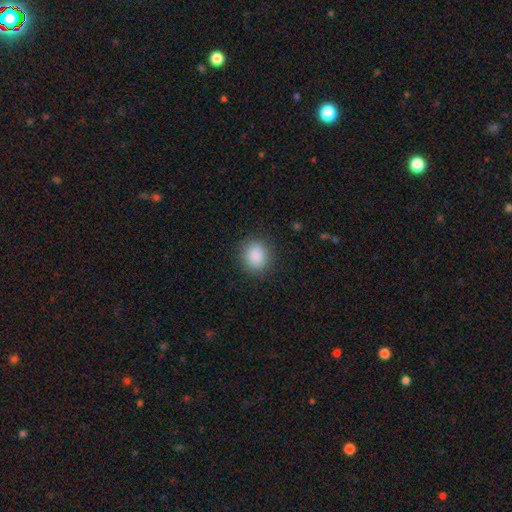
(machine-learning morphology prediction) Smooth or featured?
  - smooth: 88% *
  - star or artifact: 9%
  - featured or disk: 3%
How rounded?
  - round: 79% *
  - in between: 20%
  - cigar-shaped: 1%
Merging?
  - none: 89% *
  - minor disturbance: 8%
  - major disturbance: 3%
  - merger: 1%